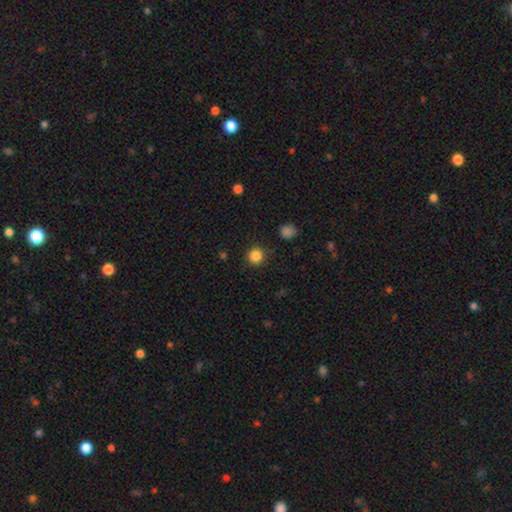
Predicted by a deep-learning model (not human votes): Morphology: type=smooth (85%); roundness=round (94%); merging=none (90%).